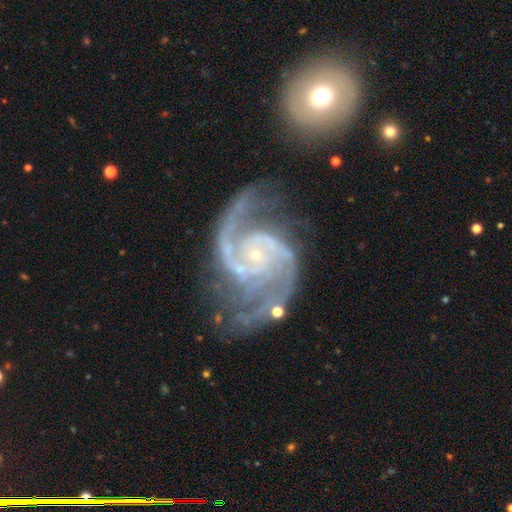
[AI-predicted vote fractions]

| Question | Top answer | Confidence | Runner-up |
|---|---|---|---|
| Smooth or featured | featured or disk | 94% | star or artifact (4%) |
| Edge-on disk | no | 98% | yes (2%) |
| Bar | no | 69% | weak (23%) |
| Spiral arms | yes | 99% | no (1%) |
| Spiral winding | medium | 58% | tight (28%) |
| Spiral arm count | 2 | 71% | 3 (12%) |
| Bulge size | small | 87% | moderate (8%) |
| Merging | none | 55% | minor disturbance (22%) |